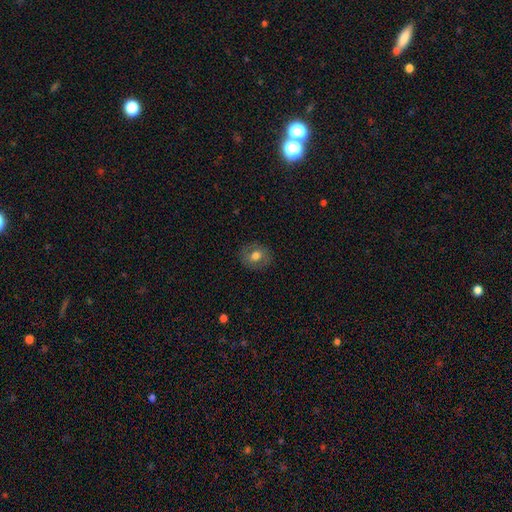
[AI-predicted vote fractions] smooth-or-featured: smooth: 67% | featured or disk: 23% | star or artifact: 10%
  how-rounded: round: 69% | in between: 30% | cigar-shaped: 1%
  merging: none: 85% | minor disturbance: 11% | major disturbance: 3% | merger: 1%